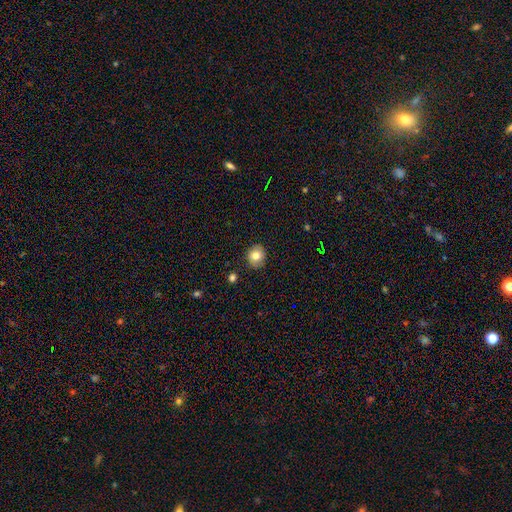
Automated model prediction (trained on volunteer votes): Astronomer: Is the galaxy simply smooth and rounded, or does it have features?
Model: smooth — 80%.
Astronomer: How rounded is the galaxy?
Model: round — 75%.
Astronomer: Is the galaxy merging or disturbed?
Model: none — 87%.